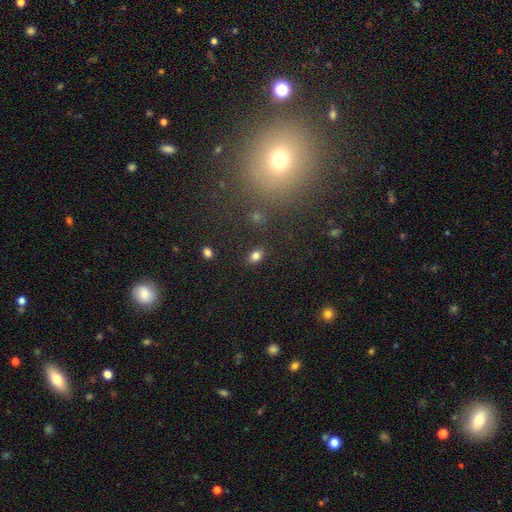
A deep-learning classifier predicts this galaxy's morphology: Smooth or featured? smooth (81%)
How rounded? in between (76%)
Merging? none (85%)